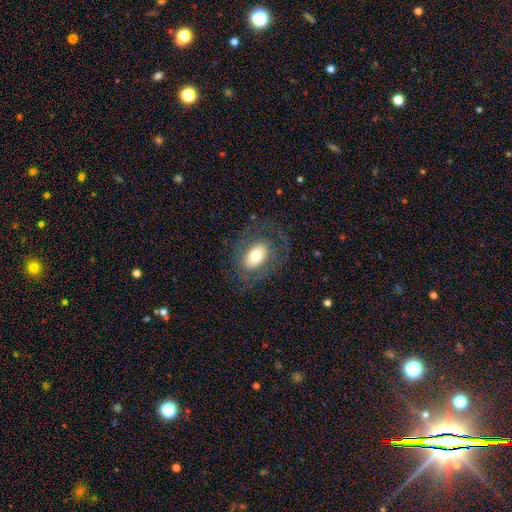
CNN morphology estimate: Smooth or featured? Predicted: smooth (p=0.54). How rounded? Predicted: in between (p=0.83). Merging? Predicted: none (p=0.69).